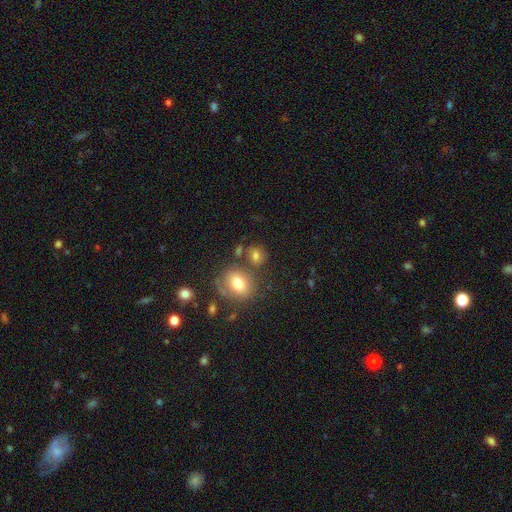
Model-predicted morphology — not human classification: type=smooth (73%); roundness=round (56%); merging=none (63%).